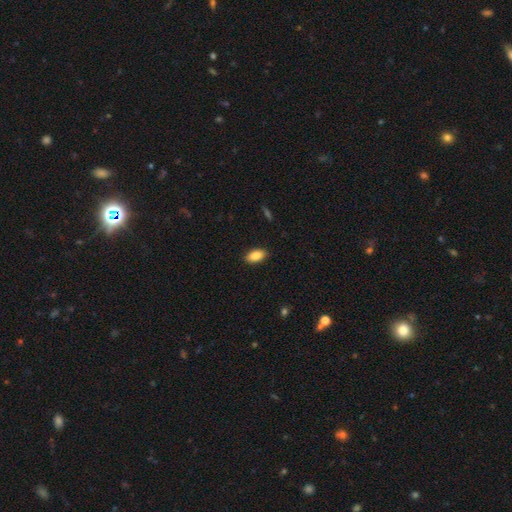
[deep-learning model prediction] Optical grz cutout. It shows a smooth galaxy with no disk features (88%) that is in between round and cigar-shaped (93%). Merging: none (89%).